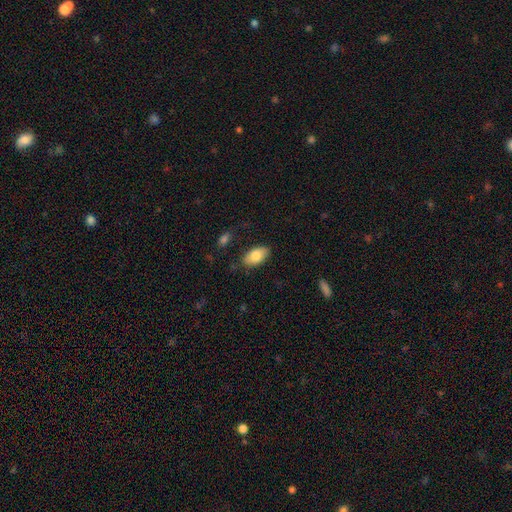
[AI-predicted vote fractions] This is clearly a smooth galaxy (81%). How rounded: clearly in between (93%). Merging: clearly none (82%).